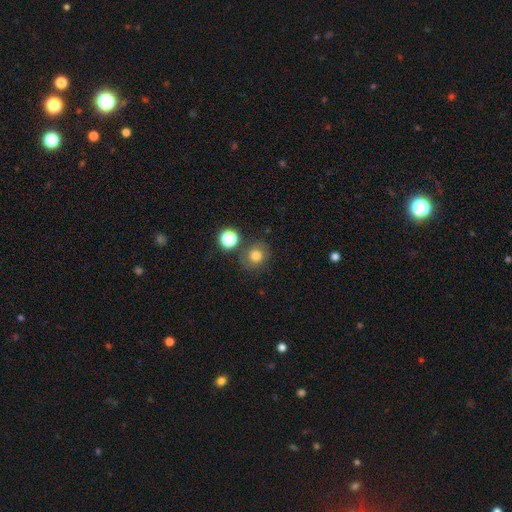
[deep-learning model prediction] Morphology: type=smooth (78%); roundness=round (81%); merging=none (75%).